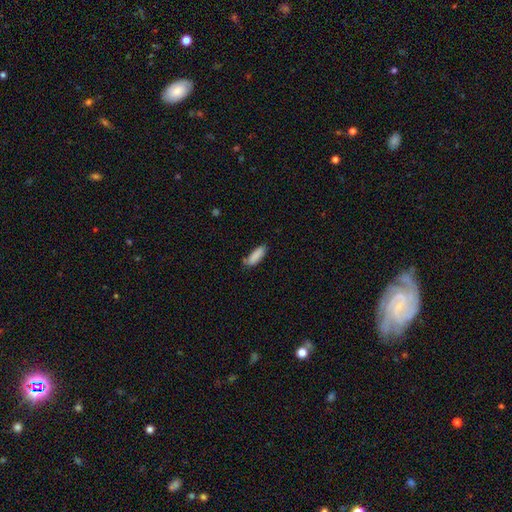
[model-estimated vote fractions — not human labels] Q: Smooth or featured?
A: smooth (87%); runner-up: star or artifact (7%)
Q: How rounded?
A: in between (57%); runner-up: cigar-shaped (41%)
Q: Merging?
A: none (71%); runner-up: minor disturbance (21%)